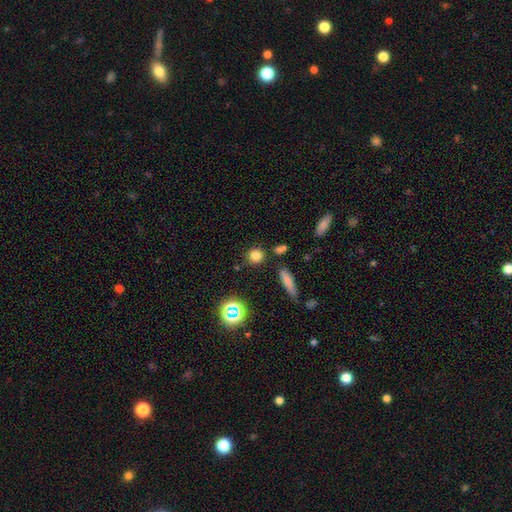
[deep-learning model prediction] A smooth galaxy with no disk features (78%) that is round (87%).

Vote fractions:
- Smooth or featured? smooth: 78% / star or artifact: 15% / featured or disk: 7%
- How rounded? round: 87% / in between: 11% / cigar-shaped: 3%
- Merging? none: 83% / minor disturbance: 8% / merger: 6% / major disturbance: 3%